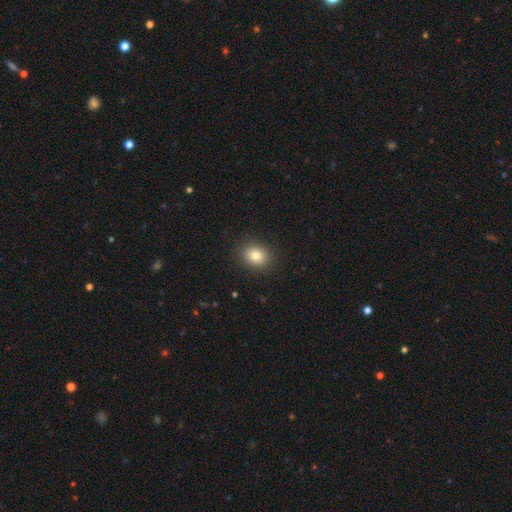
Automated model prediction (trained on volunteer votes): smooth 83%, star or artifact 10%, featured or disk 7%. Down the decision tree: how rounded — round (56%); merging — none (89%).